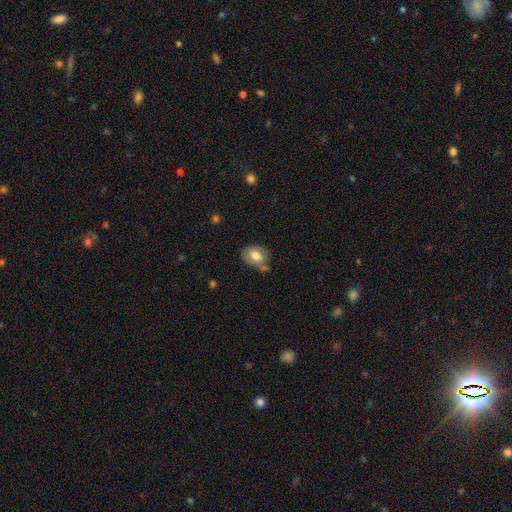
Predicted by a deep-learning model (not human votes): Smooth or featured? Predicted: smooth (p=0.72). How rounded? Predicted: in between (p=0.63). Merging? Predicted: none (p=0.59).